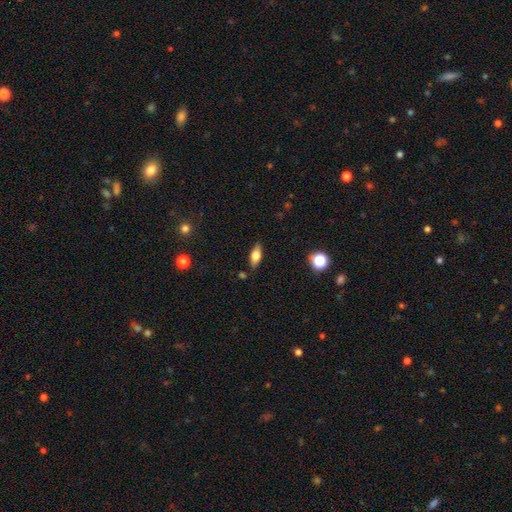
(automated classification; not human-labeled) Smooth or featured: smooth — 63% (featured or disk — 29%)
How rounded: in between — 74% (cigar-shaped — 22%)
Merging: none — 84% (minor disturbance — 11%)